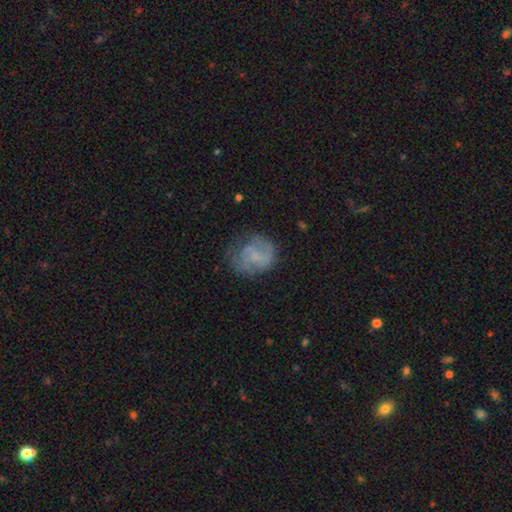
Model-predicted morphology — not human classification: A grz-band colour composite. It shows a smooth galaxy with no disk features (46%). Merging: none (55%).